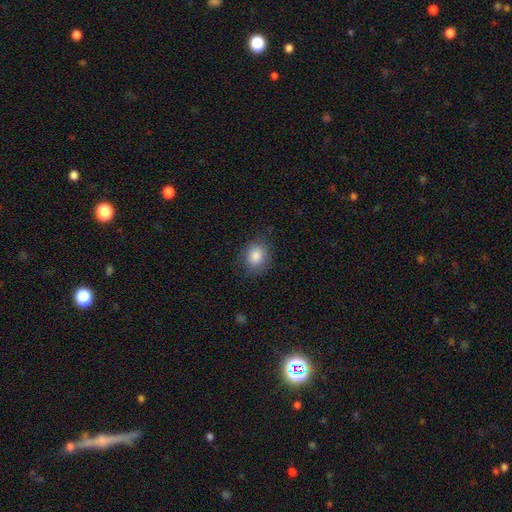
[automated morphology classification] smooth 85%, star or artifact 9%, featured or disk 7%. Down the decision tree: how rounded — round (56%); merging — none (79%).